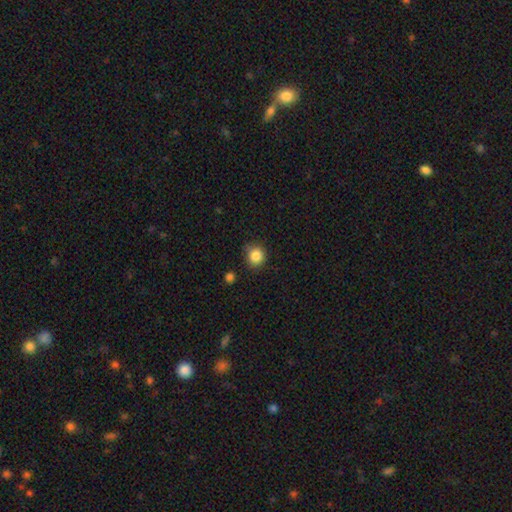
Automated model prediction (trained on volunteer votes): Overall: smooth (86%). How rounded: round (86%). Merging: none (81%).